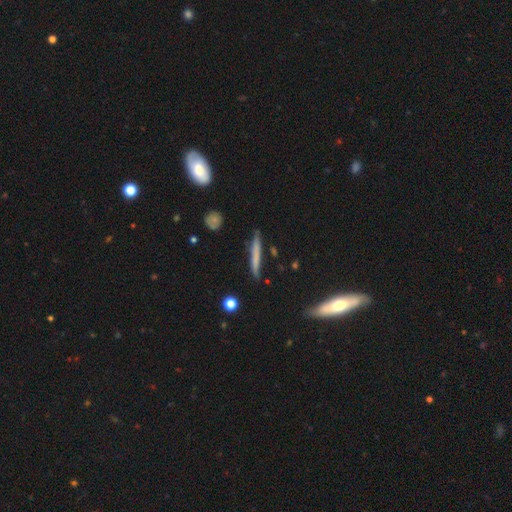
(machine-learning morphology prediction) Overall: smooth (58%; featured or disk 36%). How rounded: cigar-shaped (95%). Merging: none (83%).